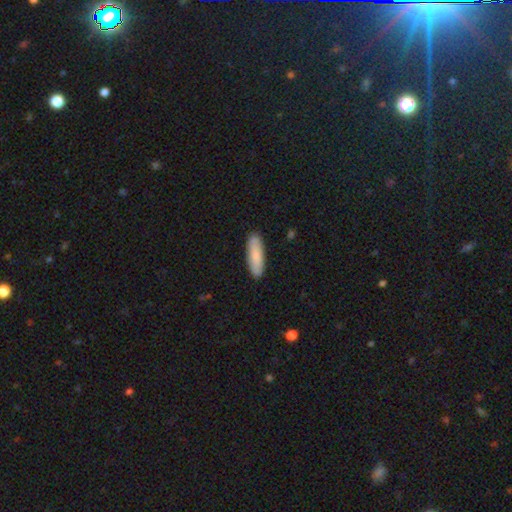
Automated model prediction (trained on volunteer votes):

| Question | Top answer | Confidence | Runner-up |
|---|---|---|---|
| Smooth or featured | smooth | 84% | featured or disk (11%) |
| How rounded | cigar-shaped | 57% | in between (42%) |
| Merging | none | 89% | minor disturbance (8%) |